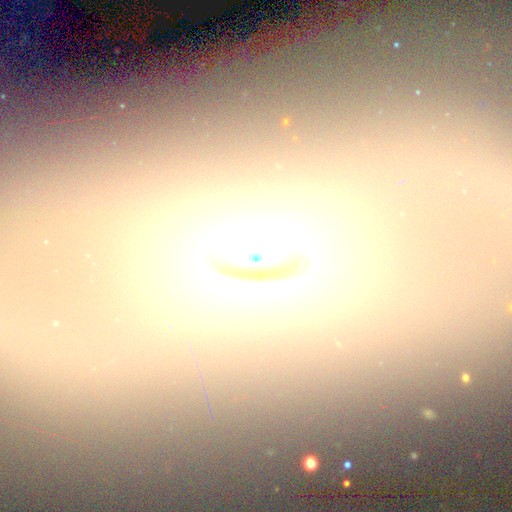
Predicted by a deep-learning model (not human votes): featured or disk 67%, smooth 22%, star or artifact 11%. Down the decision tree: edge-on disk — no (72%); merging — none (62%).